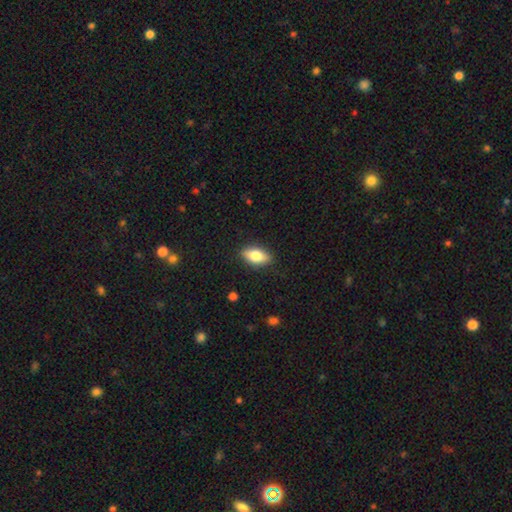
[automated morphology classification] Q: Smooth or featured?
A: smooth (79%); runner-up: featured or disk (14%)
Q: How rounded?
A: in between (88%); runner-up: cigar-shaped (7%)
Q: Merging?
A: none (88%); runner-up: minor disturbance (9%)